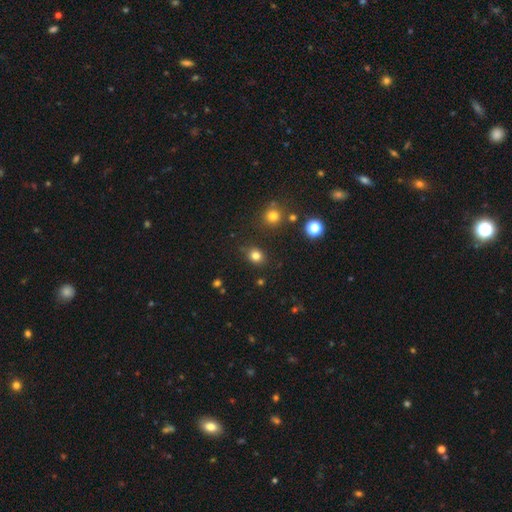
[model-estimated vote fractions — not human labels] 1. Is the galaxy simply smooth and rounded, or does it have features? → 81% smooth, 14% star or artifact, 5% featured or disk.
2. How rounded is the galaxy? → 66% round, 34% in between, 1% cigar-shaped.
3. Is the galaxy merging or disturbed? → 83% none, 11% minor disturbance, 3% major disturbance, 3% merger.